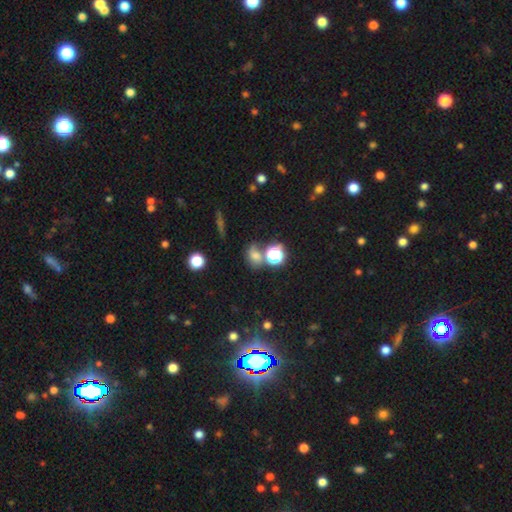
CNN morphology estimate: smooth 60%, star or artifact 28%, featured or disk 12%. Down the decision tree: how rounded — round (53%); merging — none (55%).